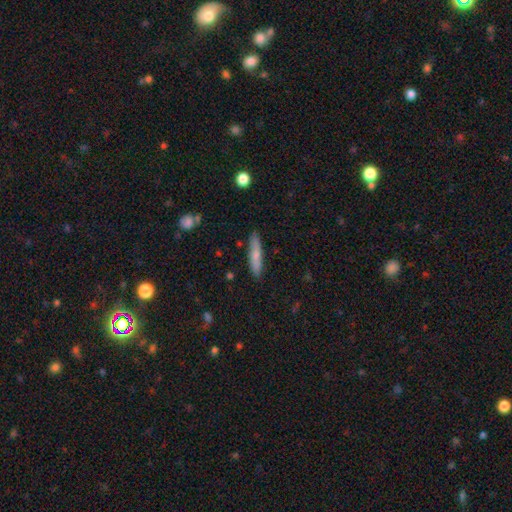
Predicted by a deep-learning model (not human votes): Smooth or featured? Predicted: smooth (p=0.71). How rounded? Predicted: cigar-shaped (p=0.85). Merging? Predicted: none (p=0.86).